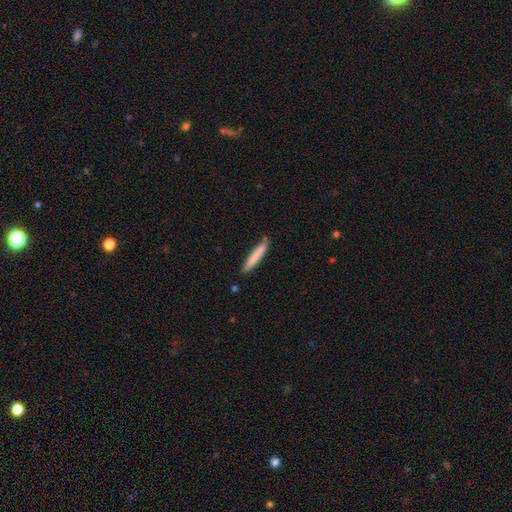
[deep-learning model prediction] A smooth galaxy with no disk features (79%) that is cigar-shaped (94%).

Vote fractions:
- Smooth or featured? smooth: 79% / featured or disk: 15% / star or artifact: 6%
- How rounded? cigar-shaped: 94% / in between: 5% / round: 1%
- Merging? none: 85% / minor disturbance: 10% / merger: 3% / major disturbance: 2%